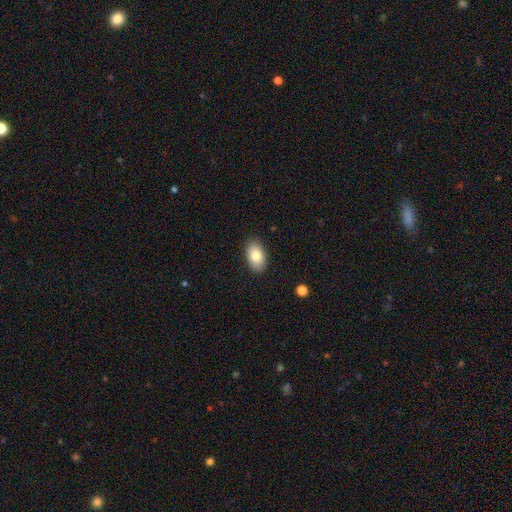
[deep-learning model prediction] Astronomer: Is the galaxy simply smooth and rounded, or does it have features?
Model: smooth — 81%.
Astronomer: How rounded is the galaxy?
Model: in between — 92%.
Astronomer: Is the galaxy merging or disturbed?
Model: none — 88%.